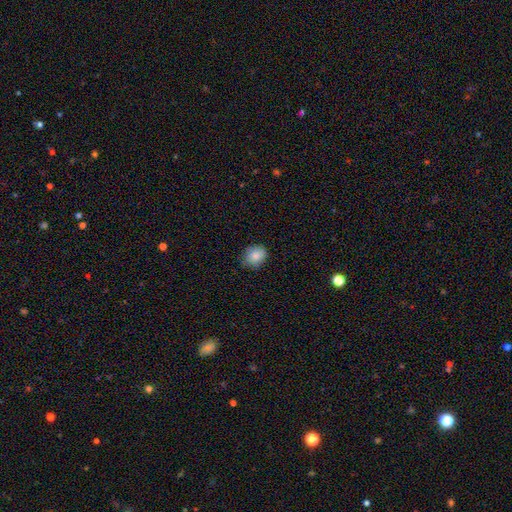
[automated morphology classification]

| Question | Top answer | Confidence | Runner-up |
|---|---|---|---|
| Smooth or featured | smooth | 85% | star or artifact (9%) |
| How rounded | round | 66% | in between (33%) |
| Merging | none | 79% | minor disturbance (18%) |